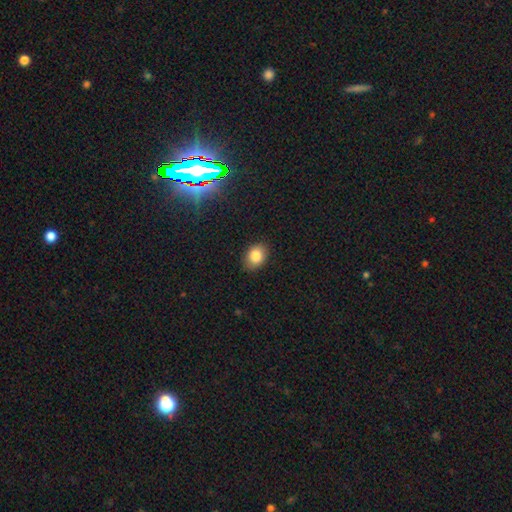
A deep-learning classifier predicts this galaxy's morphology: Smooth or featured? smooth (83%)
How rounded? in between (65%)
Merging? none (85%)